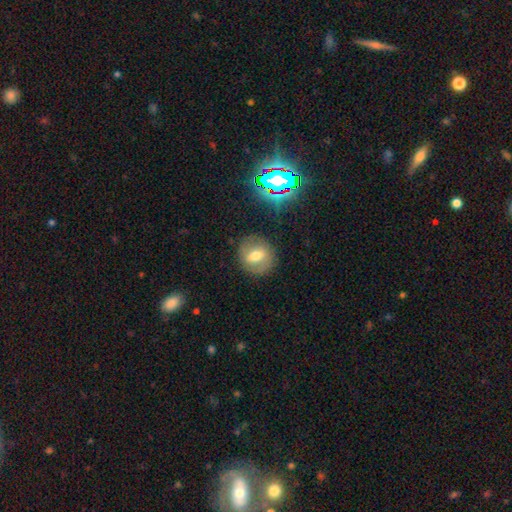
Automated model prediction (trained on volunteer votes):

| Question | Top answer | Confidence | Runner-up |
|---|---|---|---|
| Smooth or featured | smooth | 51% | featured or disk (35%) |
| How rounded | round | 80% | in between (19%) |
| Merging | none | 84% | minor disturbance (10%) |